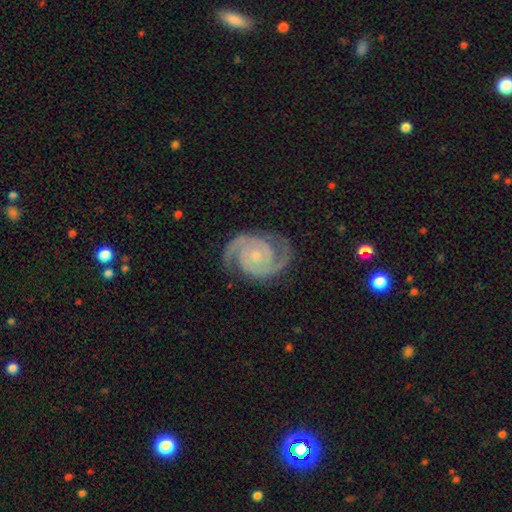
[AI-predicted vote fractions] smooth_or_featured: featured or disk (p=0.94) [alt: star or artifact p=0.04]
disk_edge_on: no (p=0.98) [alt: yes p=0.02]
bar: no (p=0.72) [alt: weak p=0.20]
has_spiral_arms: yes (p=0.99) [alt: no p=0.01]
spiral_winding: tight (p=0.61) [alt: medium p=0.35]
spiral_arm_count: 2 (p=0.91) [alt: 3 p=0.04]
bulge_size: small (p=0.73) [alt: moderate p=0.21]
merging: none (p=0.83) [alt: minor disturbance p=0.12]